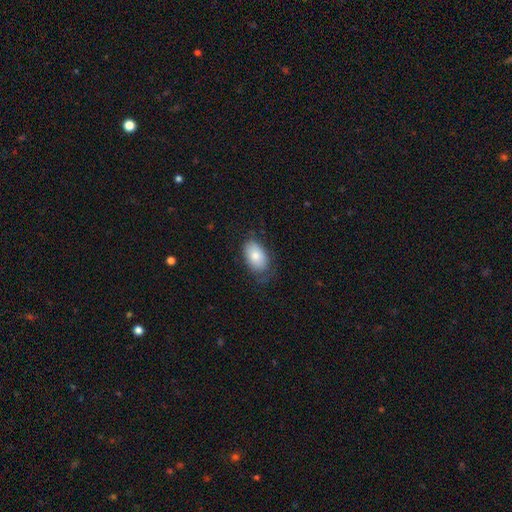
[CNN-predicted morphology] smooth_or_featured: smooth (p=0.80) [alt: featured or disk p=0.13]
how_rounded: in between (p=0.91) [alt: round p=0.08]
merging: none (p=0.66) [alt: minor disturbance p=0.24]